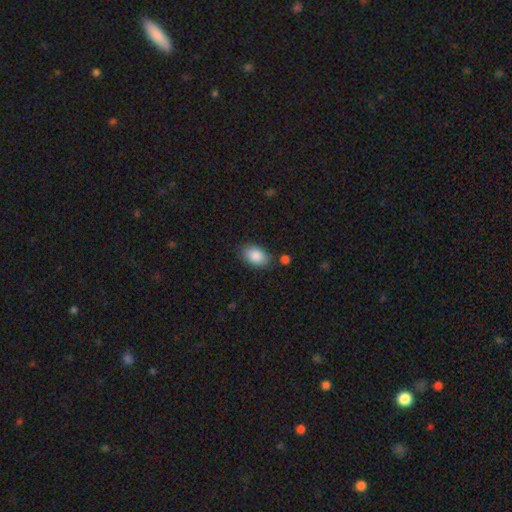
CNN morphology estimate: smooth 88%, star or artifact 7%, featured or disk 5%. Down the decision tree: how rounded — in between (90%); merging — none (79%).